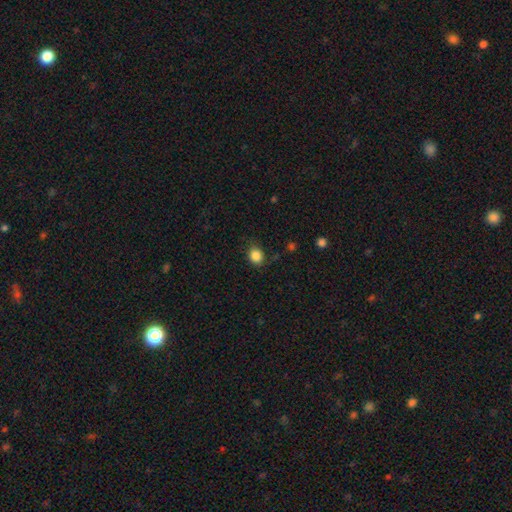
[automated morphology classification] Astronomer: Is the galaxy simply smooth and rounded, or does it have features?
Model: smooth — 85%.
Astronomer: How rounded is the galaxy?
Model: round — 65%.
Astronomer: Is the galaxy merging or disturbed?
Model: none — 80%.